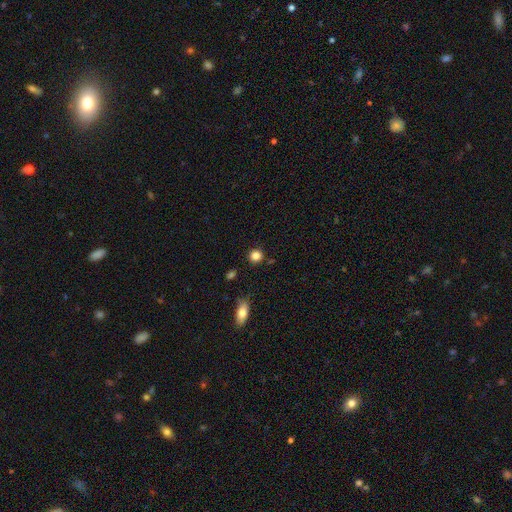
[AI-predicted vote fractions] Smooth or featured: smooth — 84% (star or artifact — 11%)
How rounded: round — 89% (in between — 9%)
Merging: none — 87% (minor disturbance — 8%)